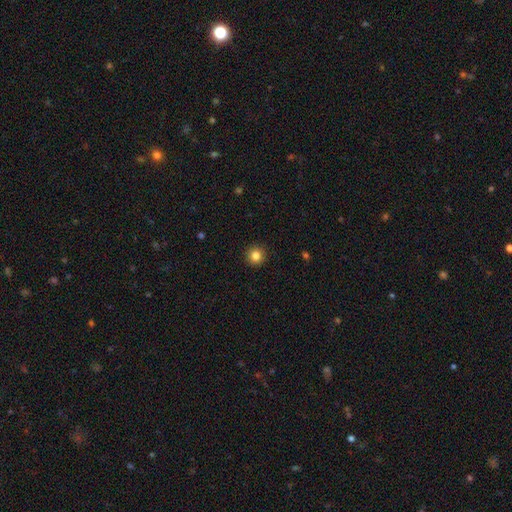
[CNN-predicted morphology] Q: Smooth or featured?
A: smooth (83%); runner-up: star or artifact (11%)
Q: How rounded?
A: round (95%); runner-up: in between (4%)
Q: Merging?
A: none (93%); runner-up: minor disturbance (4%)